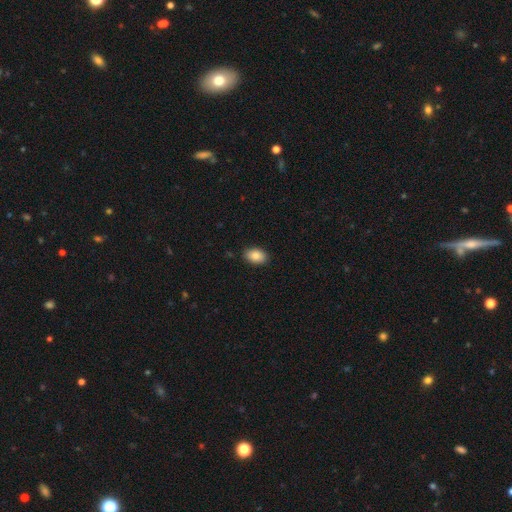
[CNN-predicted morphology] Smooth or featured? smooth (87%)
How rounded? in between (88%)
Merging? none (88%)